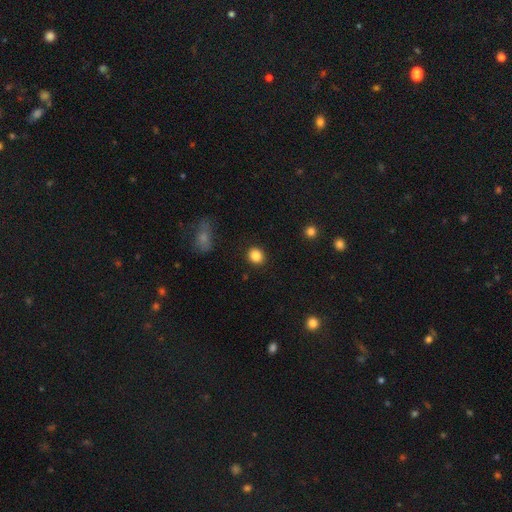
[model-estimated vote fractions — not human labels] Smooth or featured: smooth — 86% (star or artifact — 10%)
How rounded: round — 82% (in between — 17%)
Merging: none — 91% (minor disturbance — 6%)